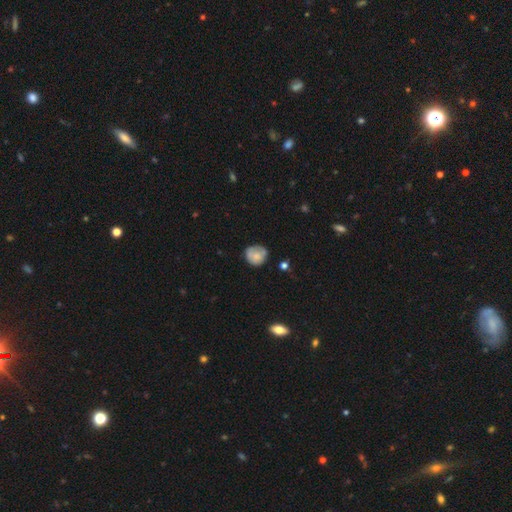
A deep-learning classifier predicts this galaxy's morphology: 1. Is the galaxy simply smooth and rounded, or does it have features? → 70% smooth, 22% featured or disk, 8% star or artifact.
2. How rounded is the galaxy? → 82% round, 17% in between, 1% cigar-shaped.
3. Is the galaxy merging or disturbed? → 60% none, 29% minor disturbance, 8% major disturbance, 4% merger.